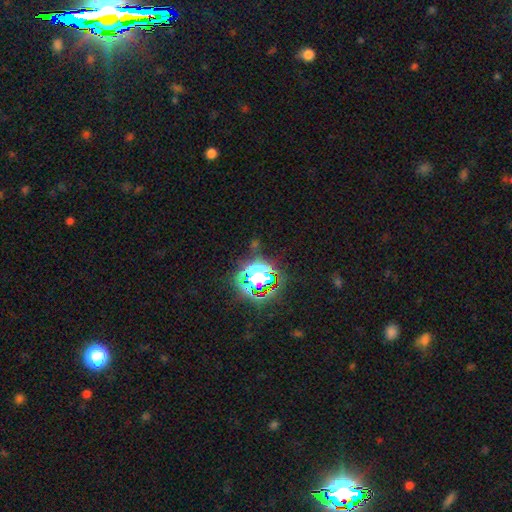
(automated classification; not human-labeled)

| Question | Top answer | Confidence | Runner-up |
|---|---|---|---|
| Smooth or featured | star or artifact | 76% | smooth (15%) |